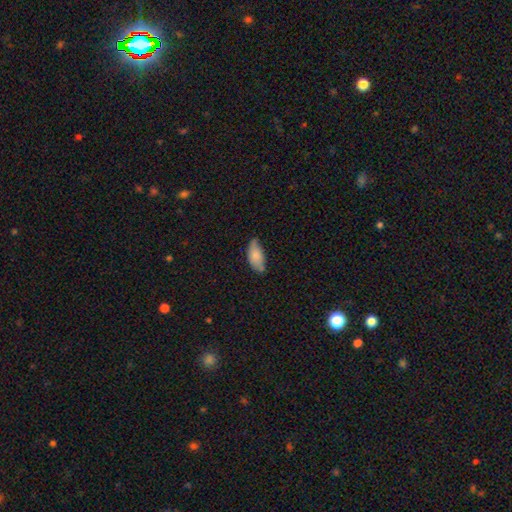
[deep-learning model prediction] Smooth or featured? Predicted: smooth (p=0.79). How rounded? Predicted: in between (p=0.91). Merging? Predicted: none (p=0.53).